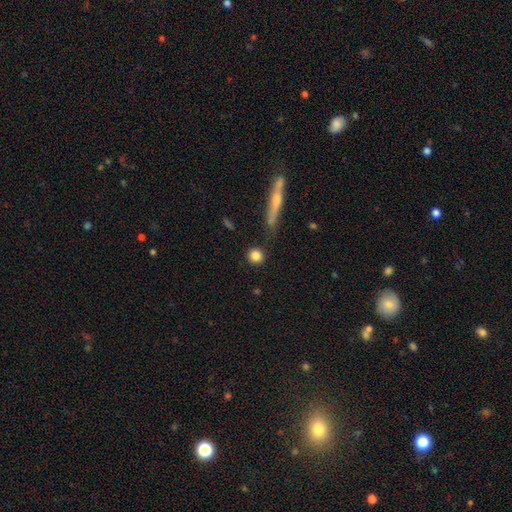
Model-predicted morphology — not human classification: type=smooth (84%); roundness=round (88%); merging=none (85%).